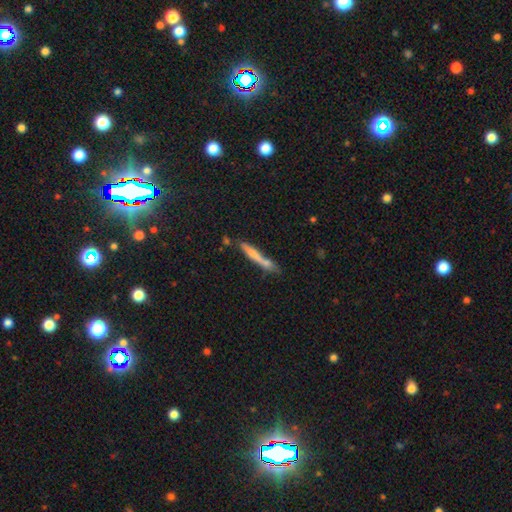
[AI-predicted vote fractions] smooth-or-featured: smooth: 59% | featured or disk: 31% | star or artifact: 10%
  how-rounded: cigar-shaped: 93% | in between: 5% | round: 2%
  merging: none: 60% | merger: 17% | minor disturbance: 17% | major disturbance: 6%